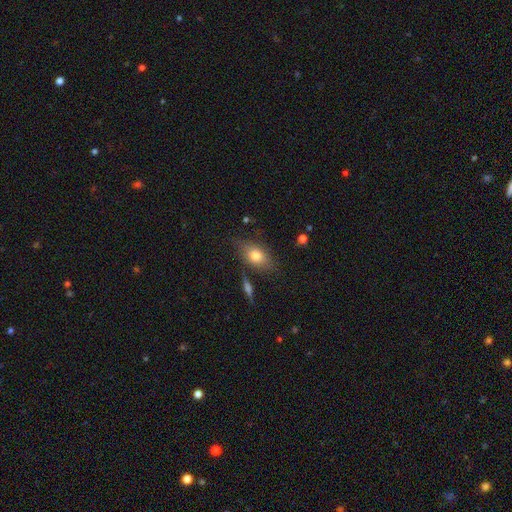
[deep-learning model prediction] smooth-or-featured: smooth: 75% | featured or disk: 16% | star or artifact: 9%
  how-rounded: in between: 81% | round: 14% | cigar-shaped: 5%
  merging: none: 72% | minor disturbance: 18% | major disturbance: 5% | merger: 5%